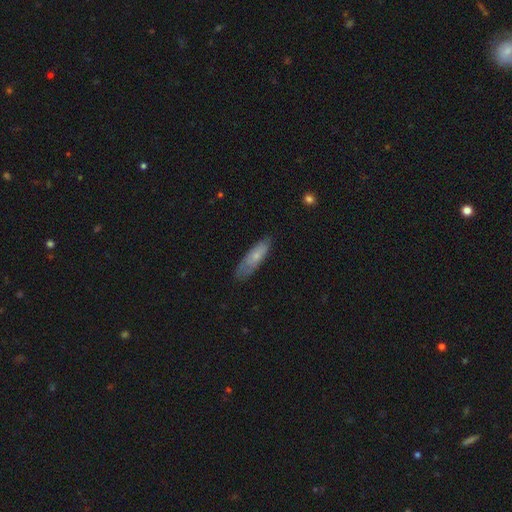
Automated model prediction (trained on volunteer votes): Smooth or featured?
  - smooth: 66% *
  - featured or disk: 28%
  - star or artifact: 6%
How rounded?
  - cigar-shaped: 58% *
  - in between: 40%
  - round: 2%
Merging?
  - none: 71% *
  - minor disturbance: 23%
  - major disturbance: 5%
  - merger: 1%